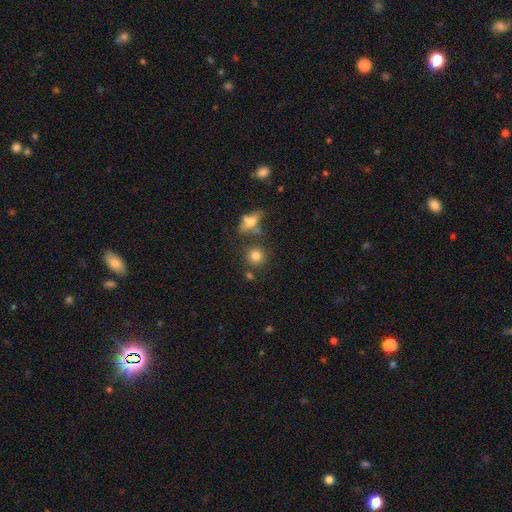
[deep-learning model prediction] Morphology: type=smooth (79%); roundness=round (88%); merging=none (74%).